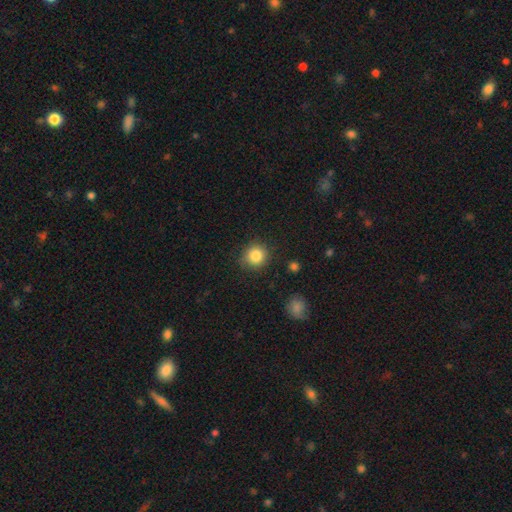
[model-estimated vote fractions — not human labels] A smooth galaxy with no disk features (85%) that is round (89%). Merging: none (86%).